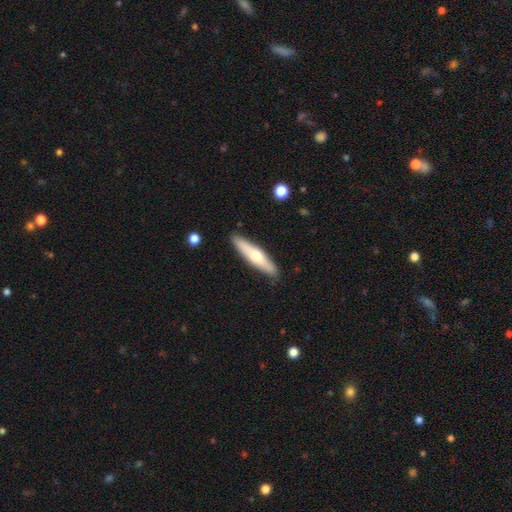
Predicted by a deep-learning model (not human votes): A smooth galaxy with no disk features (52%) that is cigar-shaped (79%). Merging: none (88%).